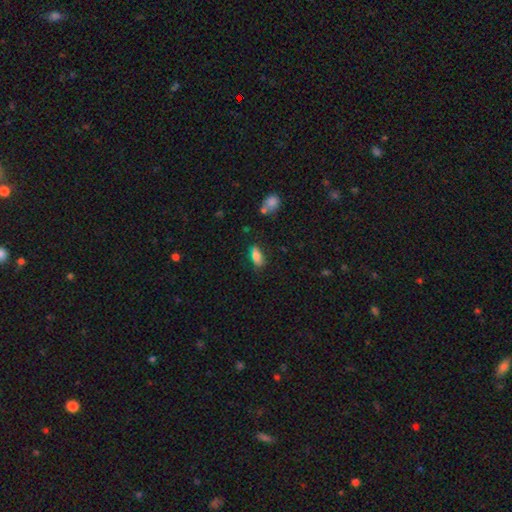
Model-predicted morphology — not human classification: Smooth or featured: smooth — 81% (star or artifact — 10%)
How rounded: in between — 85% (cigar-shaped — 12%)
Merging: none — 70% (minor disturbance — 20%)